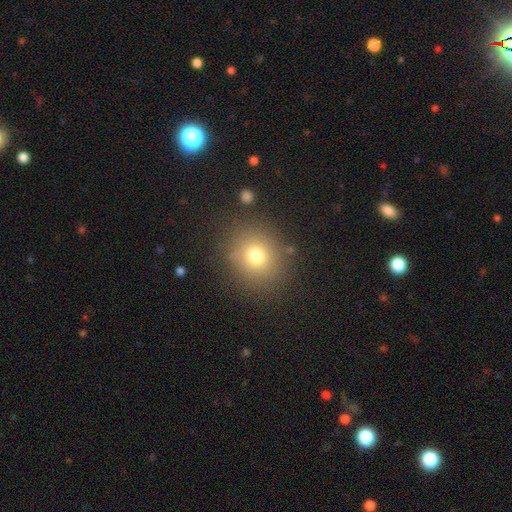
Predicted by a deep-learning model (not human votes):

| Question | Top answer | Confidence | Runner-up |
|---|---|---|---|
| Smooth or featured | smooth | 73% | star or artifact (16%) |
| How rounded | round | 82% | in between (17%) |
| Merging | none | 83% | minor disturbance (10%) |